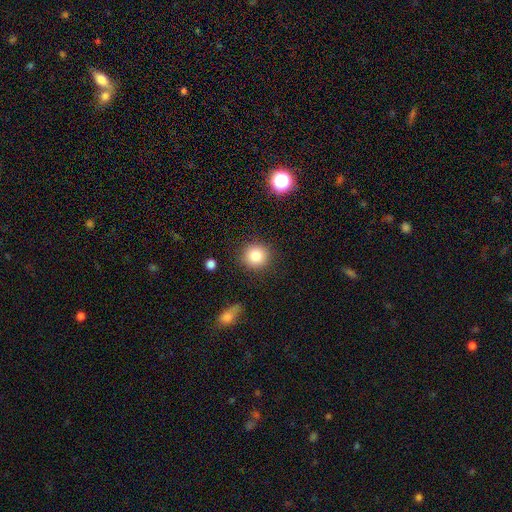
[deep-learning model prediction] This is clearly a smooth galaxy (84%). How rounded: clearly round (91%). Merging: clearly none (88%).